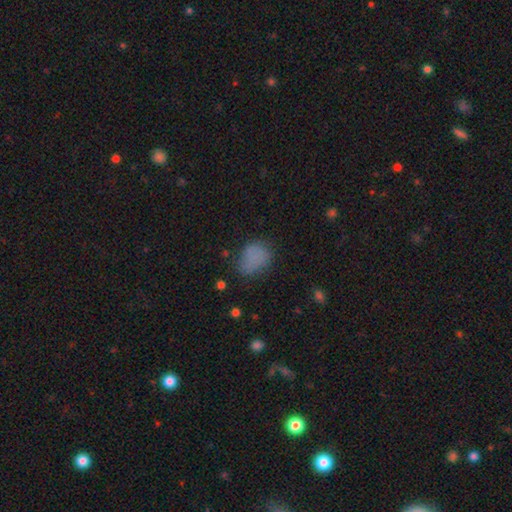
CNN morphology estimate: type=smooth (76%); roundness=in between (62%); merging=none (54%).